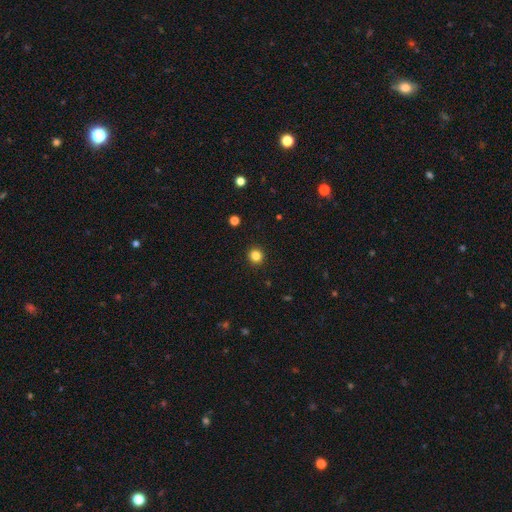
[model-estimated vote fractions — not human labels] The model was most divided on "smooth or featured": smooth: 84%, star or artifact: 12%, featured or disk: 4%. More confident: how rounded — round (93%); merging — none (93%).